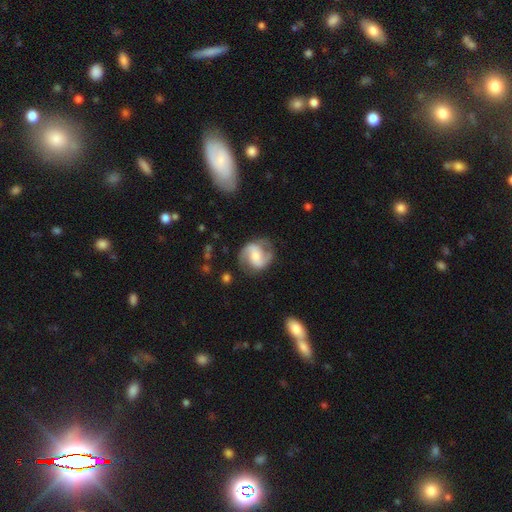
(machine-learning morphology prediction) Overall: featured or disk (78%). Edge-on disk: no (98%). Bar: weak (40%; no 32%). Spiral arms: yes (93%). Spiral arm count: 2 (90%). Spiral winding: medium (49%; loose 31%). Bulge size: moderate (48%; small 39%). Merging: none (76%).